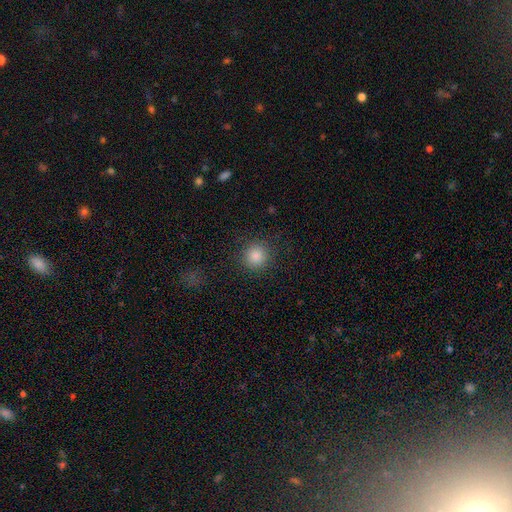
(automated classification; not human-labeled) Q: Smooth or featured?
A: smooth (85%); runner-up: star or artifact (11%)
Q: How rounded?
A: round (93%); runner-up: in between (6%)
Q: Merging?
A: none (89%); runner-up: minor disturbance (7%)